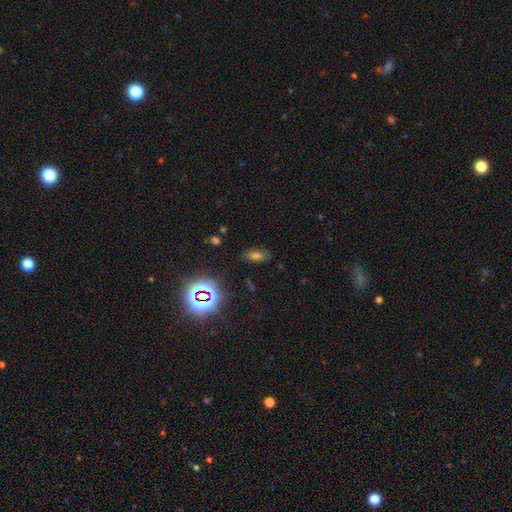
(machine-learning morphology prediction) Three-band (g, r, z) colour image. It shows a smooth galaxy with no disk features (58%) that is in between round and cigar-shaped (78%). Merging: none (83%).